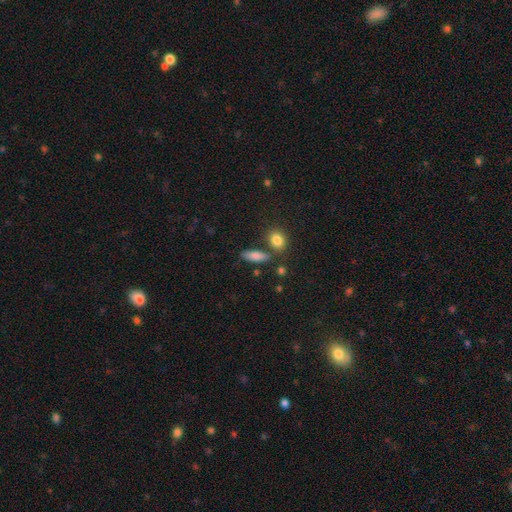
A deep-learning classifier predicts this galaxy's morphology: A smooth galaxy with no disk features (79%) that is in between round and cigar-shaped (55%). Merging: none (73%).